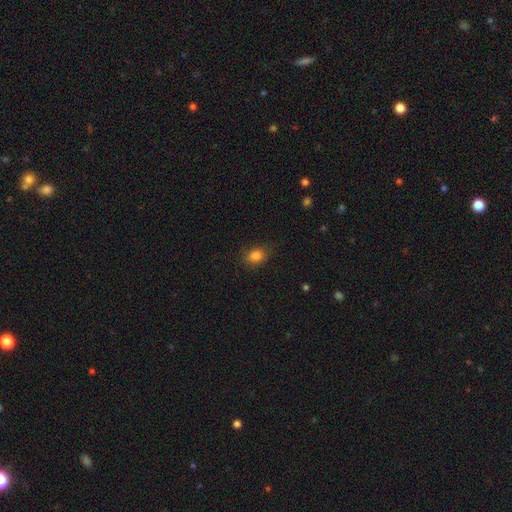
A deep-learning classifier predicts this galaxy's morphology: The model was most divided on "how rounded": in between: 52%, round: 46%, cigar-shaped: 1%. More confident: smooth or featured — smooth (84%); merging — none (80%).